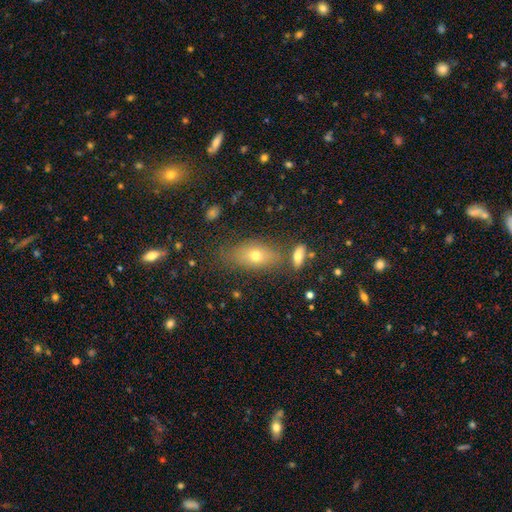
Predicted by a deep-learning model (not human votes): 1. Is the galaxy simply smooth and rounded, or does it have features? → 66% smooth, 22% featured or disk, 12% star or artifact.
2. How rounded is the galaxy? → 82% in between, 10% round, 8% cigar-shaped.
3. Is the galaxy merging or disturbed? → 68% none, 16% minor disturbance, 9% merger, 6% major disturbance.